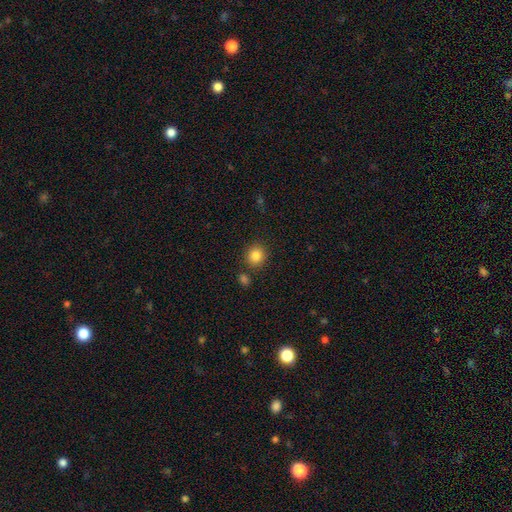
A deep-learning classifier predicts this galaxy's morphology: type=smooth (85%); roundness=round (87%); merging=none (83%).